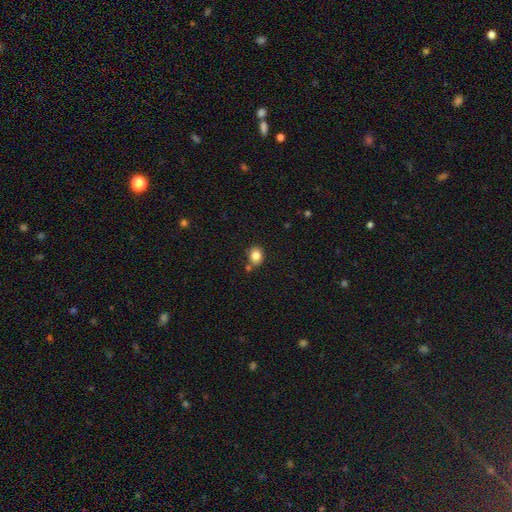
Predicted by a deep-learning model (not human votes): This is clearly a smooth galaxy (84%). How rounded: likely round (61%). Merging: likely none (73%).